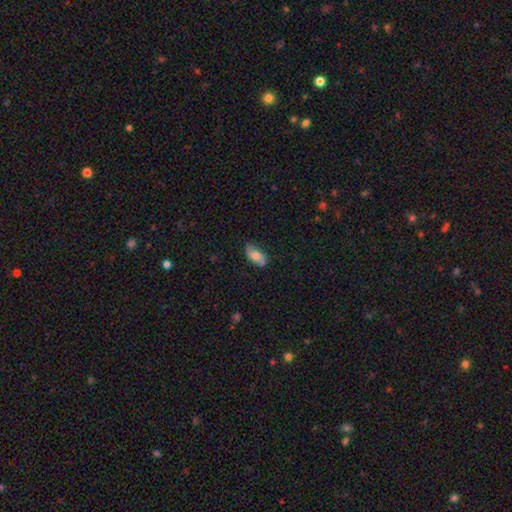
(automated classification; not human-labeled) A smooth galaxy with no disk features (62%) that is in between round and cigar-shaped (89%).

Vote fractions:
- Smooth or featured? smooth: 62% / featured or disk: 30% / star or artifact: 8%
- How rounded? in between: 89% / cigar-shaped: 6% / round: 5%
- Merging? none: 59% / minor disturbance: 27% / major disturbance: 7% / merger: 7%